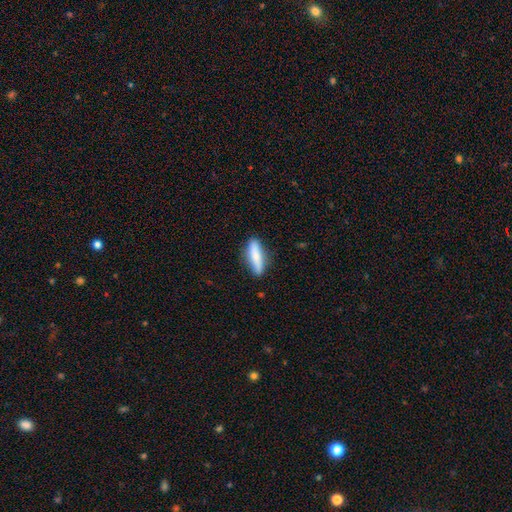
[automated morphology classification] Smooth or featured?
  - smooth: 73% *
  - featured or disk: 21%
  - star or artifact: 6%
How rounded?
  - cigar-shaped: 73% *
  - in between: 25%
  - round: 2%
Merging?
  - none: 84% *
  - minor disturbance: 12%
  - major disturbance: 3%
  - merger: 1%